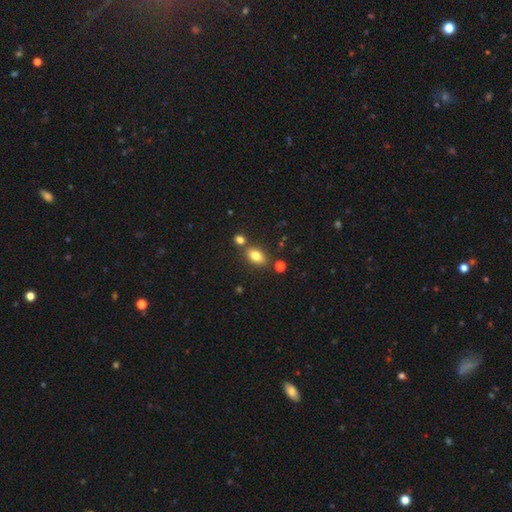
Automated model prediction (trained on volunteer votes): A smooth galaxy with no disk features (78%) that is in between round and cigar-shaped (84%).

Vote fractions:
- Smooth or featured? smooth: 78% / featured or disk: 12% / star or artifact: 10%
- How rounded? in between: 84% / round: 13% / cigar-shaped: 3%
- Merging? none: 69% / merger: 16% / minor disturbance: 12% / major disturbance: 3%